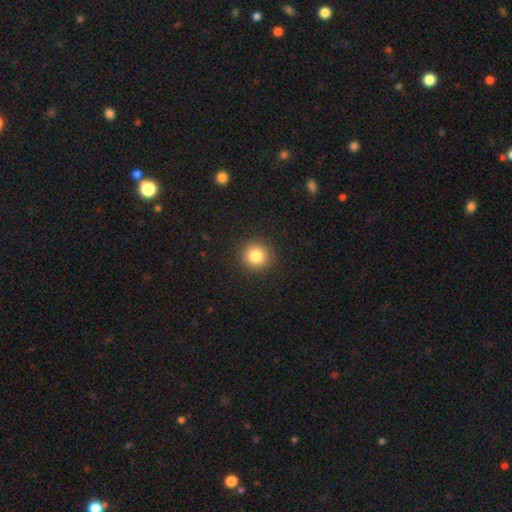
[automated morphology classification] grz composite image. It shows a smooth galaxy with no disk features (83%) that is round (94%). Merging: none (92%).